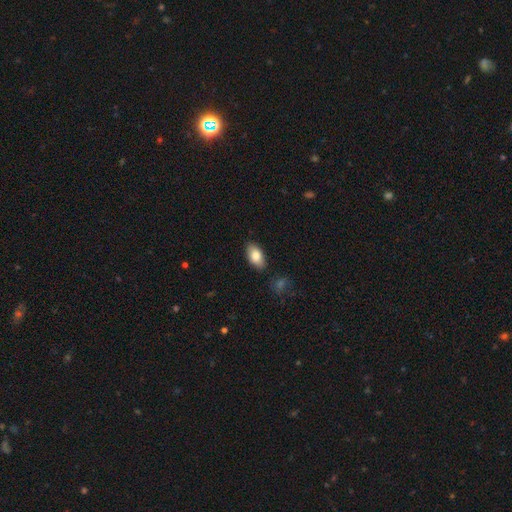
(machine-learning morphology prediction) Smooth or featured? Predicted: smooth (p=0.82). How rounded? Predicted: in between (p=0.92). Merging? Predicted: none (p=0.85).